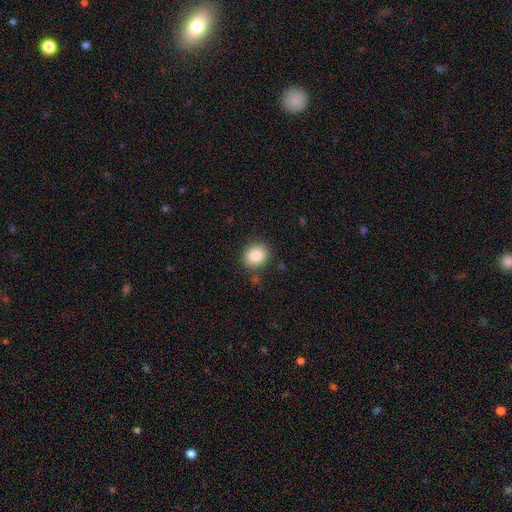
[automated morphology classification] This appears to be a smooth galaxy with no disk features (85%) that is round (70%). Merging: none (86%).